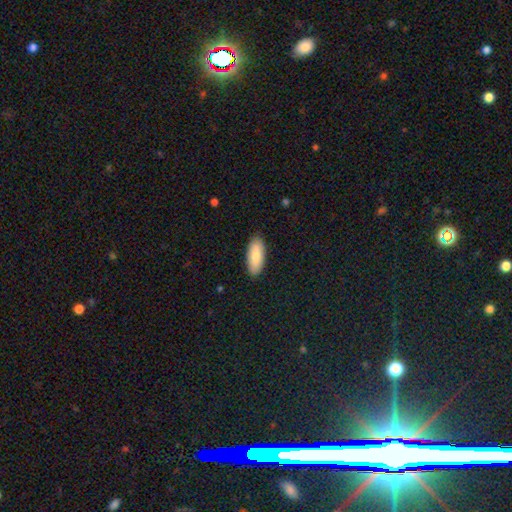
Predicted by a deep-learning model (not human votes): Smooth or featured? smooth (83%)
How rounded? in between (80%)
Merging? none (89%)